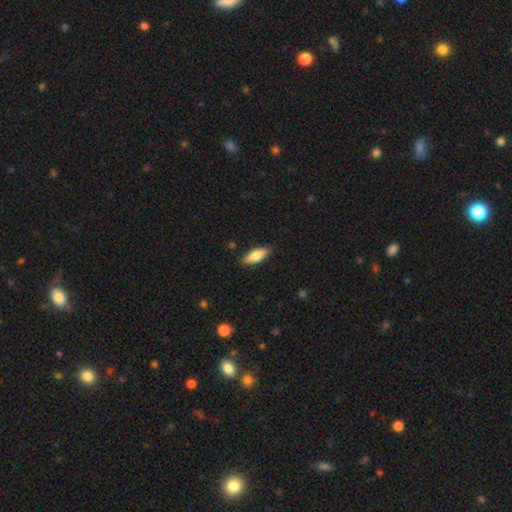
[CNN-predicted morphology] Smooth or featured: smooth — 75% (featured or disk — 18%)
How rounded: in between — 61% (cigar-shaped — 36%)
Merging: none — 88% (minor disturbance — 9%)